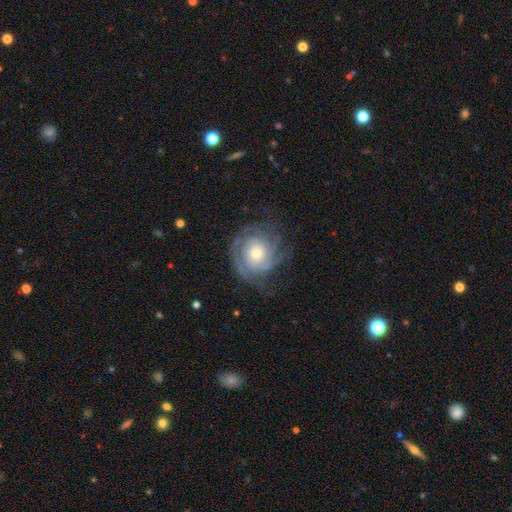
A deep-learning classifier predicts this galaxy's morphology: smooth_or_featured: featured or disk (p=0.82) [alt: smooth p=0.10]
disk_edge_on: no (p=0.97) [alt: yes p=0.03]
bar: no (p=0.79) [alt: weak p=0.17]
has_spiral_arms: yes (p=0.95) [alt: no p=0.05]
spiral_winding: tight (p=0.68) [alt: medium p=0.26]
spiral_arm_count: can't tell (p=0.30) [alt: 3 p=0.25]
bulge_size: moderate (p=0.49) [alt: small p=0.43]
merging: none (p=0.73) [alt: minor disturbance p=0.16]